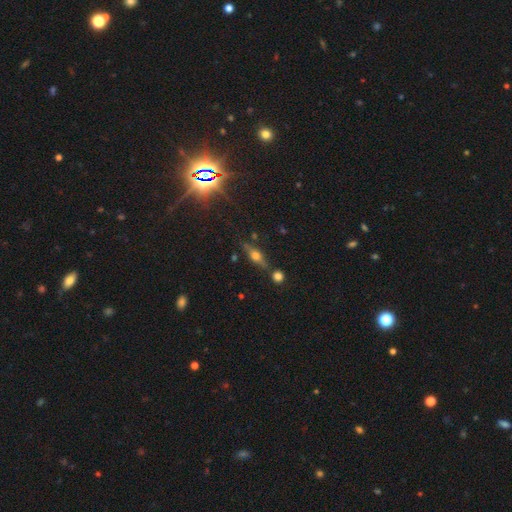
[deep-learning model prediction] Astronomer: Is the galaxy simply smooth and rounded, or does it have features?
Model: featured or disk — 59%.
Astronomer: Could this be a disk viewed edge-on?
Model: yes — 91%.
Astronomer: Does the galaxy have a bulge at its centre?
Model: rounded — 93%.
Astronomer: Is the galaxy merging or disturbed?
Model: none — 75%.